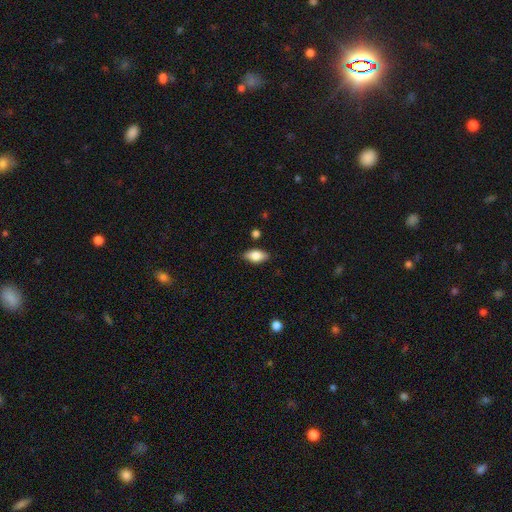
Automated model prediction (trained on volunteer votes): smooth_or_featured: smooth (p=0.75) [alt: featured or disk p=0.18]
how_rounded: in between (p=0.88) [alt: cigar-shaped p=0.08]
merging: none (p=0.84) [alt: minor disturbance p=0.12]